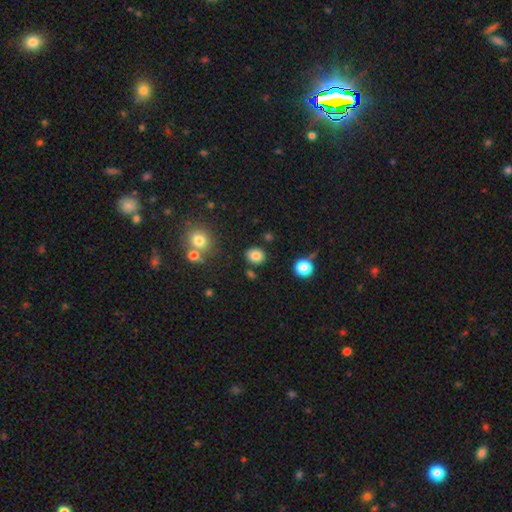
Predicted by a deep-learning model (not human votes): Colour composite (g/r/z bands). It shows a smooth galaxy with no disk features (83%) that is round (68%). Merging: none (84%).